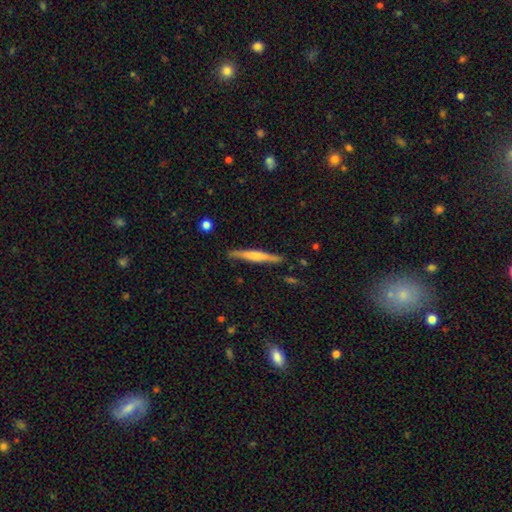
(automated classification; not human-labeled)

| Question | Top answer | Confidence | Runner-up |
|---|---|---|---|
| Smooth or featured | featured or disk | 49% | smooth (46%) |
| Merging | none | 87% | minor disturbance (10%) |